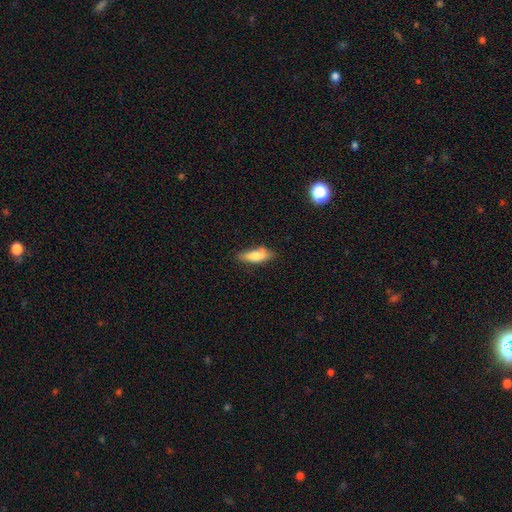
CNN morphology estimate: Smooth or featured? Predicted: smooth (p=0.77). How rounded? Predicted: in between (p=0.61). Merging? Predicted: none (p=0.71).